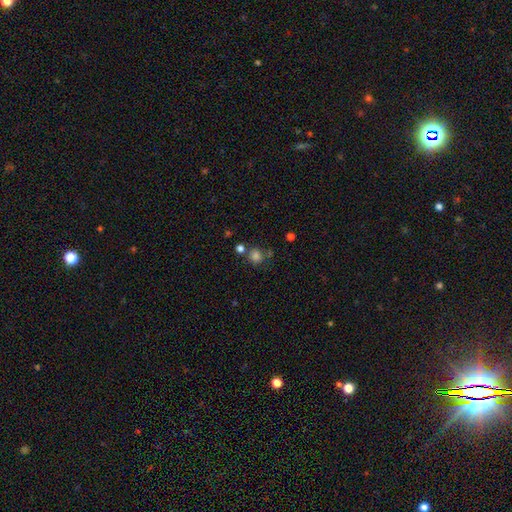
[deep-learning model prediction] Smooth or featured: smooth — 79% (star or artifact — 15%)
How rounded: round — 85% (in between — 14%)
Merging: none — 65% (merger — 16%)